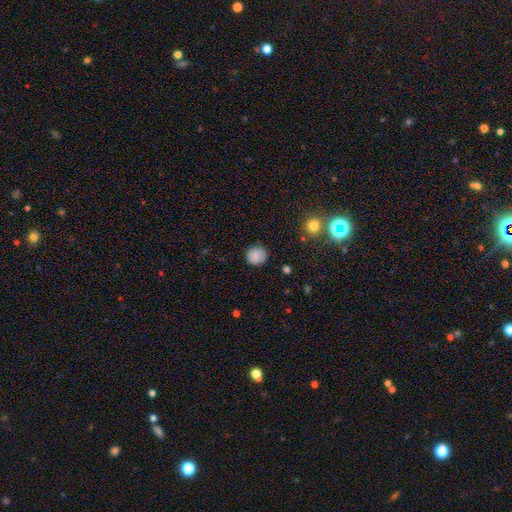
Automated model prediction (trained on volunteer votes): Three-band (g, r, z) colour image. It shows a smooth galaxy with no disk features (83%) that is round (88%). Merging: none (84%).